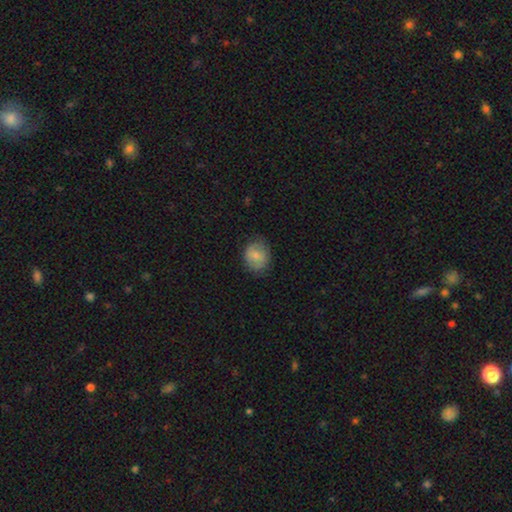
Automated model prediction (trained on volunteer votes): Morphology: type=smooth (75%); roundness=round (60%); merging=none (74%).